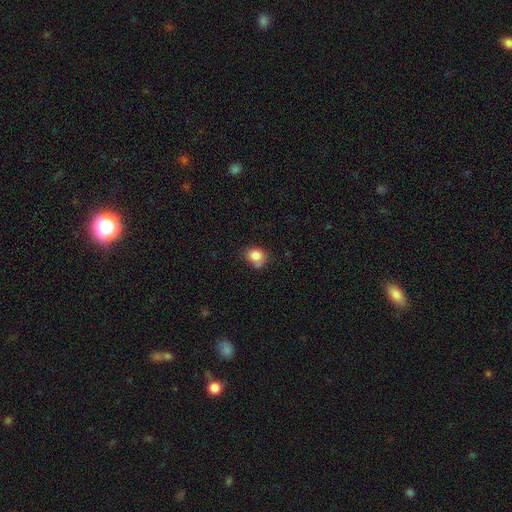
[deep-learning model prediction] This is clearly a smooth galaxy (83%). How rounded: possibly round (57%). Merging: possibly none (58%).